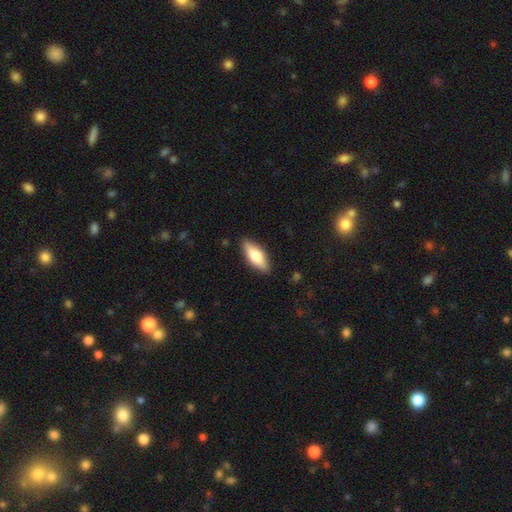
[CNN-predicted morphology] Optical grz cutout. It shows a smooth galaxy with no disk features (67%) that is in between round and cigar-shaped (68%). Merging: none (87%).